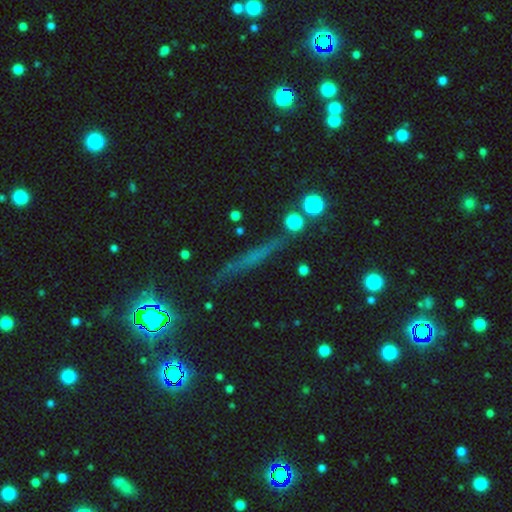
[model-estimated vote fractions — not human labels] The model was most divided on "smooth or featured": smooth: 36%, featured or disk: 33%, star or artifact: 31%. More confident: merging — none (80%).